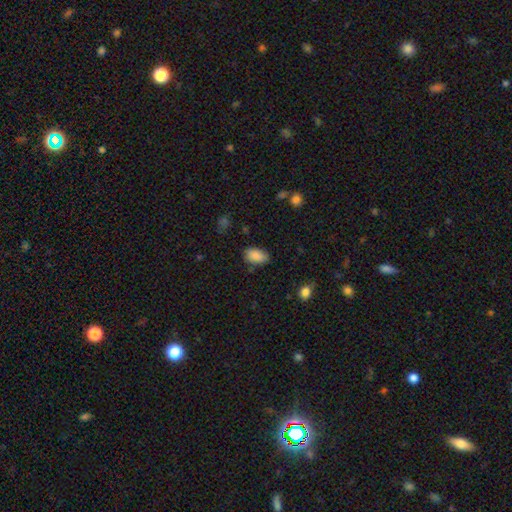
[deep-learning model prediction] This appears to be a smooth galaxy with no disk features (88%) that is in between round and cigar-shaped (93%). Merging: none (78%).